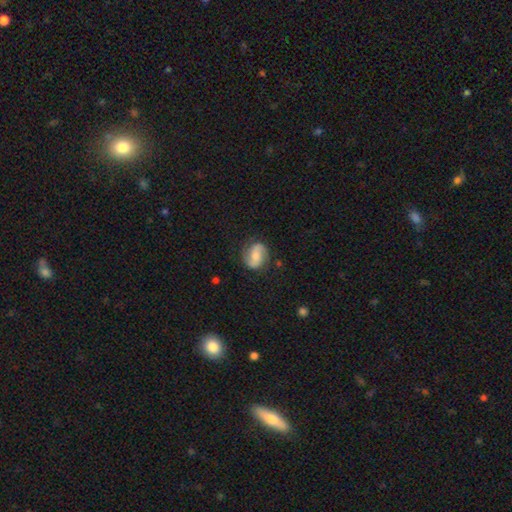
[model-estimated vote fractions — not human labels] smooth_or_featured: featured or disk (p=0.61) [alt: smooth p=0.32]
disk_edge_on: no (p=0.97) [alt: yes p=0.03]
bar: no (p=0.47) [alt: weak p=0.37]
has_spiral_arms: yes (p=0.92) [alt: no p=0.08]
spiral_winding: loose (p=0.44) [alt: medium p=0.38]
spiral_arm_count: 2 (p=0.90) [alt: can't tell p=0.05]
bulge_size: moderate (p=0.43) [alt: small p=0.35]
merging: none (p=0.77) [alt: minor disturbance p=0.16]